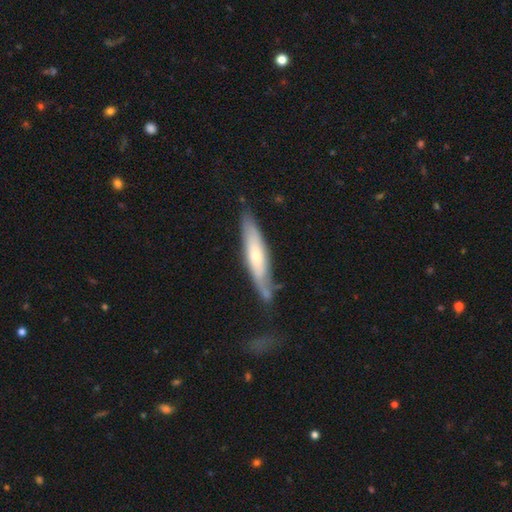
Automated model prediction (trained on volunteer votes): Morphology: type=smooth (48%); merging=none (66%).